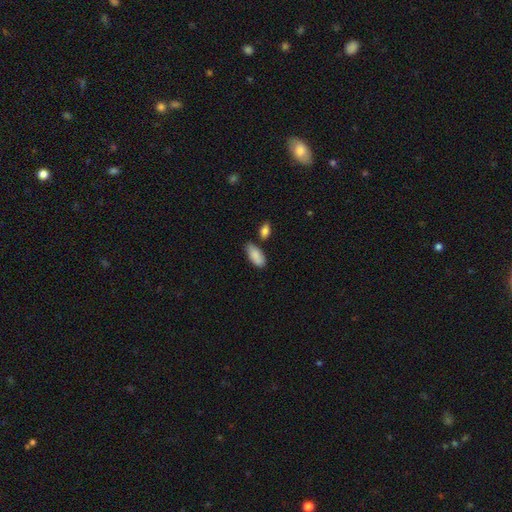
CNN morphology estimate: type=smooth (88%); roundness=in between (89%); merging=none (69%).